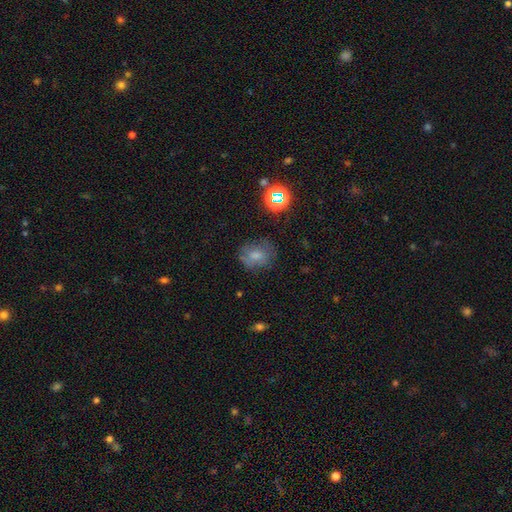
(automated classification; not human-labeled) Morphology: type=smooth (65%); roundness=round (63%); merging=none (63%).